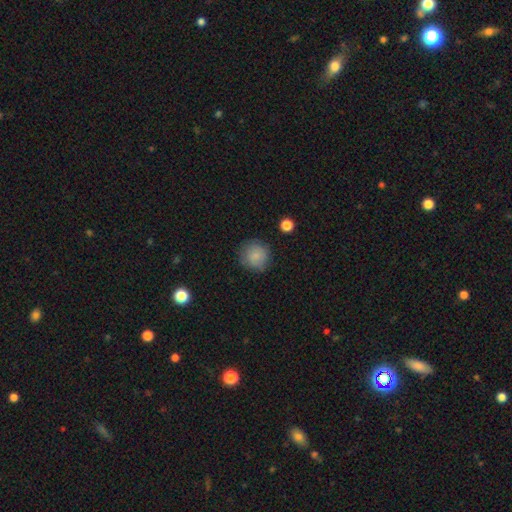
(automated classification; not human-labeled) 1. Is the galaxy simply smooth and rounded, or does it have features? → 84% smooth, 9% star or artifact, 7% featured or disk.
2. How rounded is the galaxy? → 92% round, 7% in between, 1% cigar-shaped.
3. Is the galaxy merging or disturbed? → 82% none, 13% minor disturbance, 4% major disturbance, 1% merger.